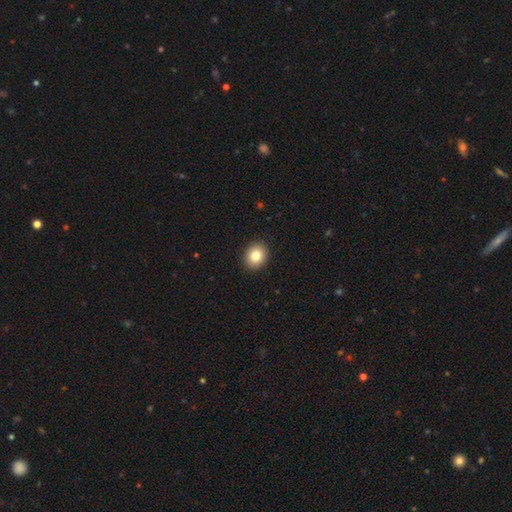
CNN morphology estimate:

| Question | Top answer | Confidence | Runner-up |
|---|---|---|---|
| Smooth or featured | smooth | 82% | star or artifact (10%) |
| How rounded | round | 62% | in between (37%) |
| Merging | none | 91% | minor disturbance (6%) |